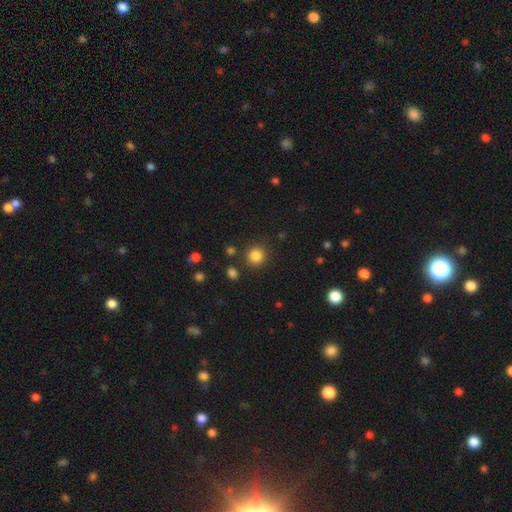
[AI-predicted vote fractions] smooth_or_featured: smooth (p=0.84) [alt: star or artifact p=0.12]
how_rounded: round (p=0.91) [alt: in between p=0.08]
merging: none (p=0.87) [alt: minor disturbance p=0.07]